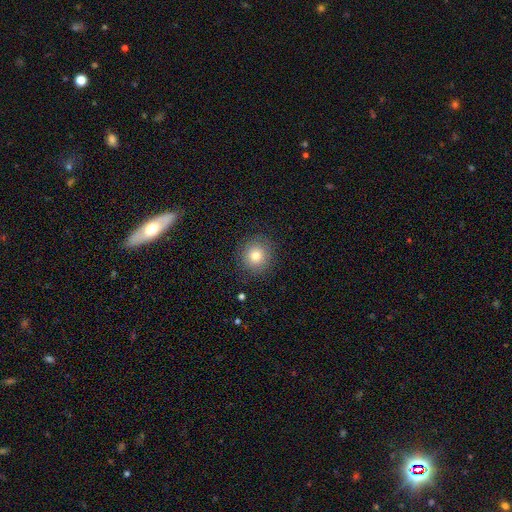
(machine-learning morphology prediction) A smooth galaxy with no disk features (79%) that is round (88%).

Vote fractions:
- Smooth or featured? smooth: 79% / star or artifact: 11% / featured or disk: 10%
- How rounded? round: 88% / in between: 11% / cigar-shaped: 1%
- Merging? none: 87% / minor disturbance: 9% / major disturbance: 3% / merger: 1%